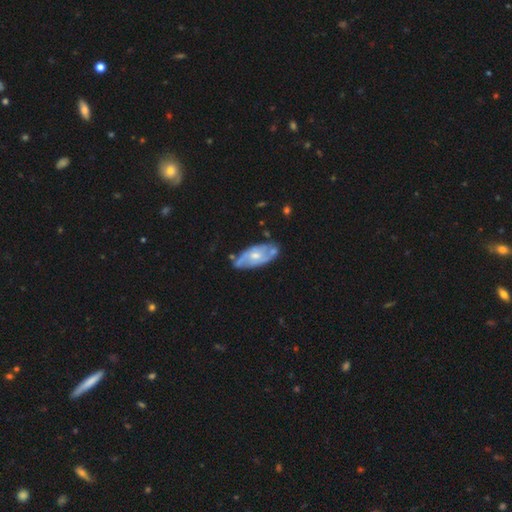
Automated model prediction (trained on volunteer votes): This is likely a featured or disk galaxy (68%). It is clearly not viewed edge-on (89%). Bar: likely no (68%). Spiral arm pattern: likely yes (74%). Central bulge: possibly moderate (52%). Merging: likely none (61%).